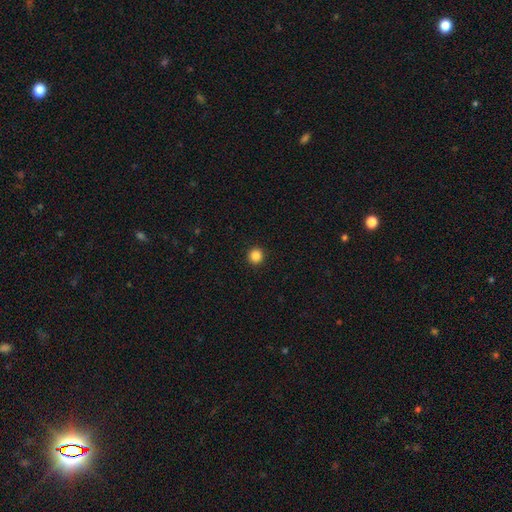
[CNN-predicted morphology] A smooth galaxy with no disk features (86%) that is round (96%).

Vote fractions:
- Smooth or featured? smooth: 86% / star or artifact: 11% / featured or disk: 3%
- How rounded? round: 96% / in between: 4% / cigar-shaped: 1%
- Merging? none: 93% / minor disturbance: 4% / major disturbance: 2% / merger: 1%